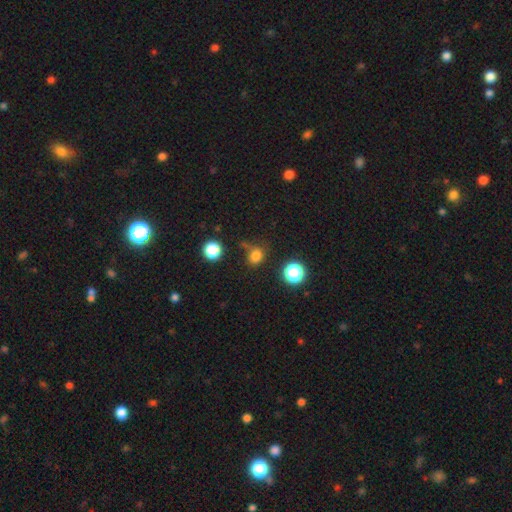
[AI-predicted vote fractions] smooth-or-featured: smooth: 77% | star or artifact: 18% | featured or disk: 5%
  how-rounded: round: 64% | in between: 35% | cigar-shaped: 1%
  merging: none: 68% | minor disturbance: 17% | merger: 8% | major disturbance: 6%